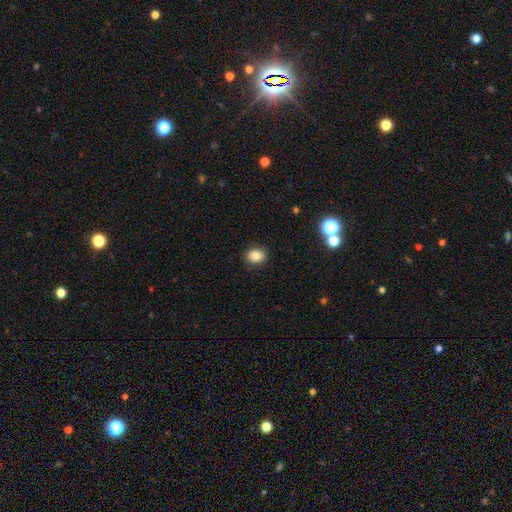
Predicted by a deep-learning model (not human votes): Smooth or featured? Predicted: smooth (p=0.83). How rounded? Predicted: round (p=0.51). Merging? Predicted: none (p=0.89).